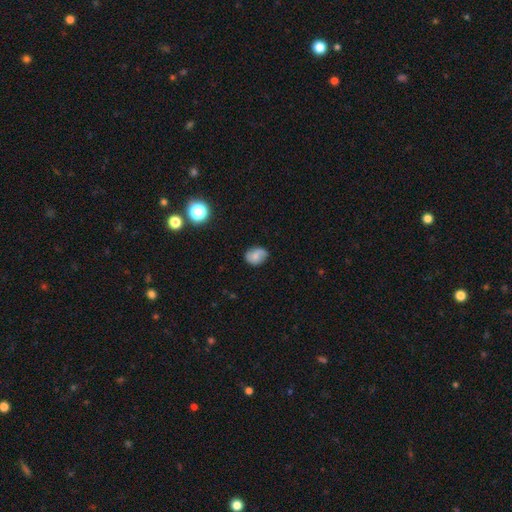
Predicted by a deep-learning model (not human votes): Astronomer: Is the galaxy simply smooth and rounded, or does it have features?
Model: smooth — 61%.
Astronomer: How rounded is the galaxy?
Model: in between — 60% (runner-up: round, 39%).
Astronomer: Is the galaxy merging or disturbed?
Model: none — 74%.